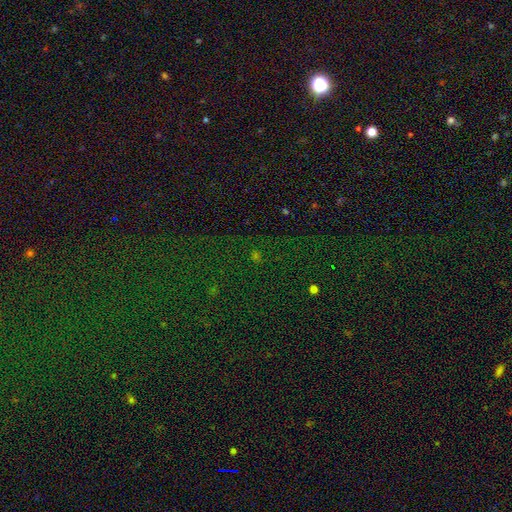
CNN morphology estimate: smooth_or_featured: star or artifact (p=0.78) [alt: smooth p=0.15]